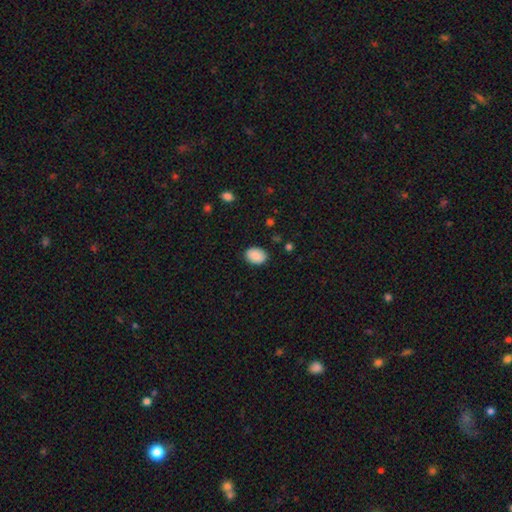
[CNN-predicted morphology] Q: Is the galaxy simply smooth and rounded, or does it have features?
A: smooth — 89%.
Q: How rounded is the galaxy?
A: in between — 72%.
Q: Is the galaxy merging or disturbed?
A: none — 87%.